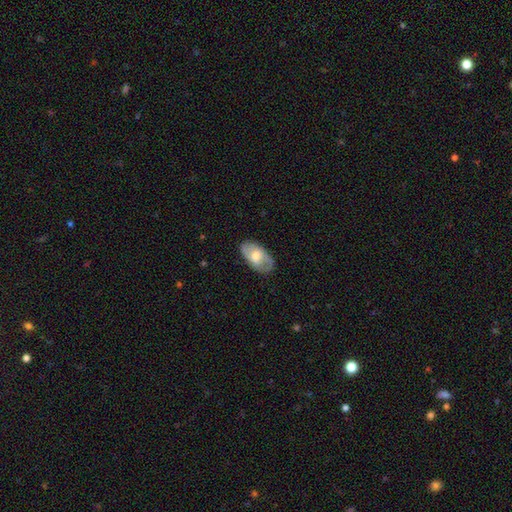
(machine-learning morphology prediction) Smooth or featured: featured or disk — 52% (smooth — 42%)
Edge-on disk: no — 91% (yes — 9%)
Merging: none — 80% (minor disturbance — 15%)